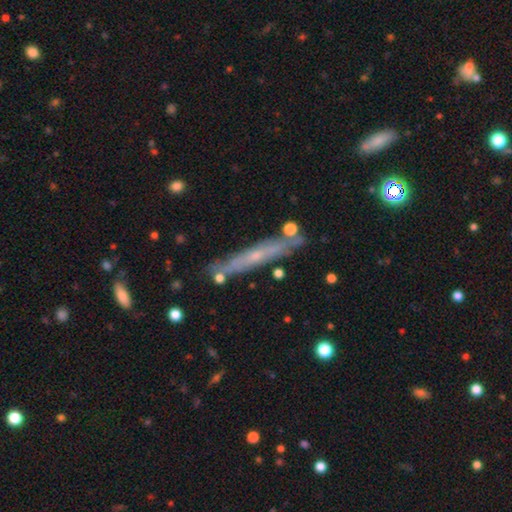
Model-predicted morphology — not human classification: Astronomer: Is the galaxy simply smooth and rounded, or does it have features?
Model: featured or disk — 57% (runner-up: smooth, 35%).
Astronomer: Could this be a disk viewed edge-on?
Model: yes — 85%.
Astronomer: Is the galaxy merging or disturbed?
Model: none — 79%.